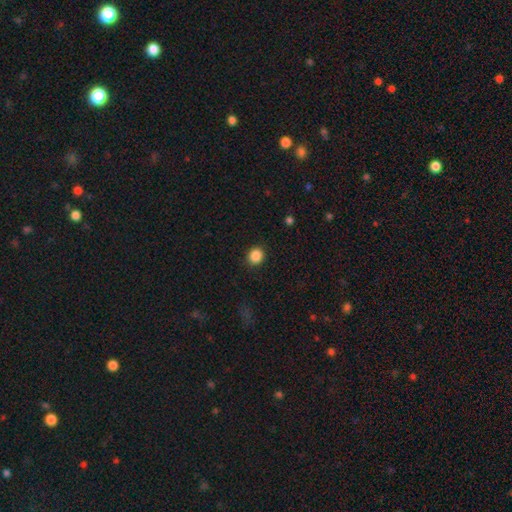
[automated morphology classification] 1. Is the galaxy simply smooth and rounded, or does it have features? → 87% smooth, 10% star or artifact, 3% featured or disk.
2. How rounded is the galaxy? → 79% round, 20% in between, 1% cigar-shaped.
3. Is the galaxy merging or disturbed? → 90% none, 7% minor disturbance, 2% major disturbance, 1% merger.